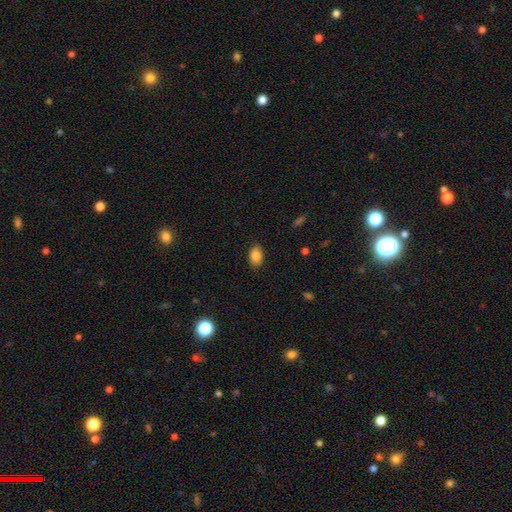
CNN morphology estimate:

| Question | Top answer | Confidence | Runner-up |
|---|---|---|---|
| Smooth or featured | smooth | 86% | star or artifact (8%) |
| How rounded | in between | 89% | round (9%) |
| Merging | none | 85% | minor disturbance (11%) |